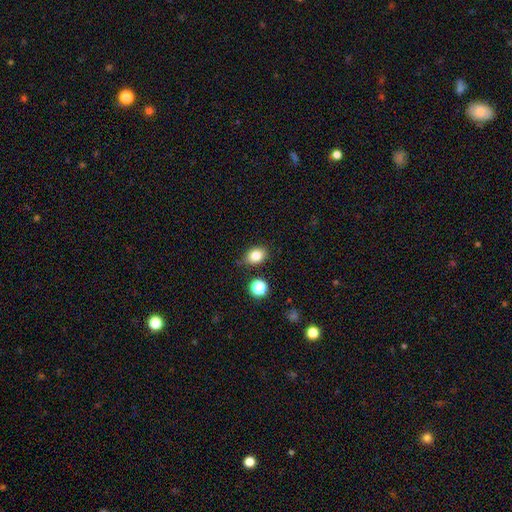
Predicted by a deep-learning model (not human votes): Smooth or featured? smooth (82%)
How rounded? in between (64%)
Merging? none (77%)